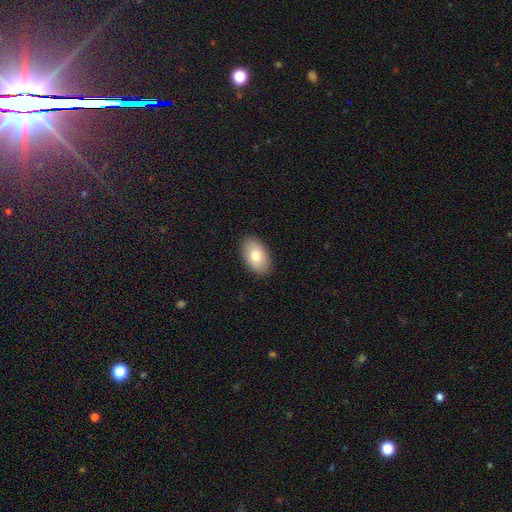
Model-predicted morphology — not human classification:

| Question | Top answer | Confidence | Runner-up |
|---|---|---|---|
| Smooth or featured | smooth | 78% | featured or disk (15%) |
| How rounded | in between | 92% | round (7%) |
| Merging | none | 89% | minor disturbance (8%) |